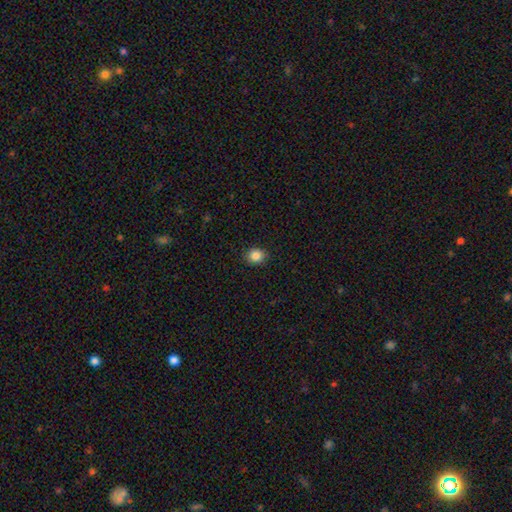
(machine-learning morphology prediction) A smooth galaxy with no disk features (85%) that is round (75%).

Vote fractions:
- Smooth or featured? smooth: 85% / star or artifact: 10% / featured or disk: 4%
- How rounded? round: 75% / in between: 24% / cigar-shaped: 1%
- Merging? none: 90% / minor disturbance: 7% / major disturbance: 2% / merger: 1%